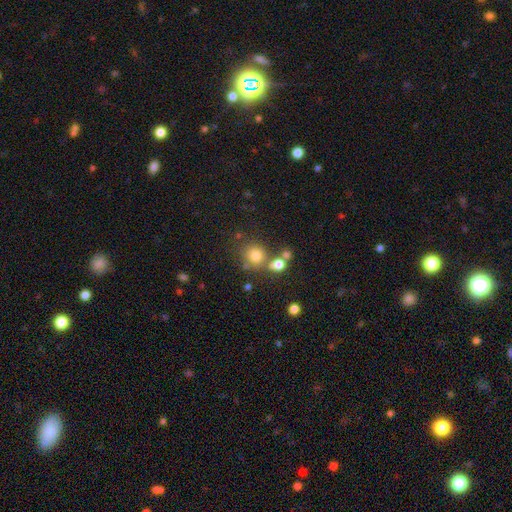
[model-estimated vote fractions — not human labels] This is likely a smooth galaxy (76%). How rounded: clearly round (85%). Merging: likely none (62%).